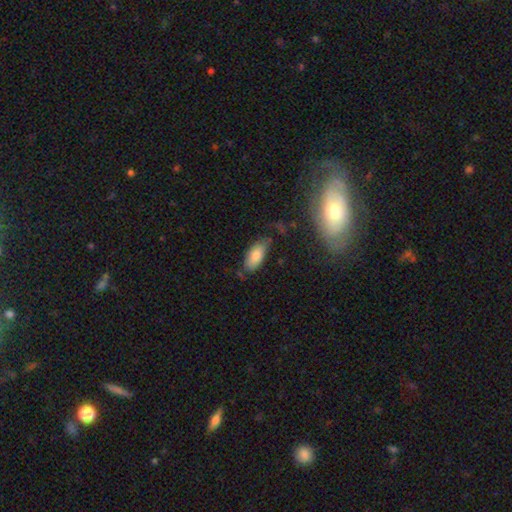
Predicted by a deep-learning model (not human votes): Overall: smooth (82%). How rounded: in between (86%). Merging: none (66%).